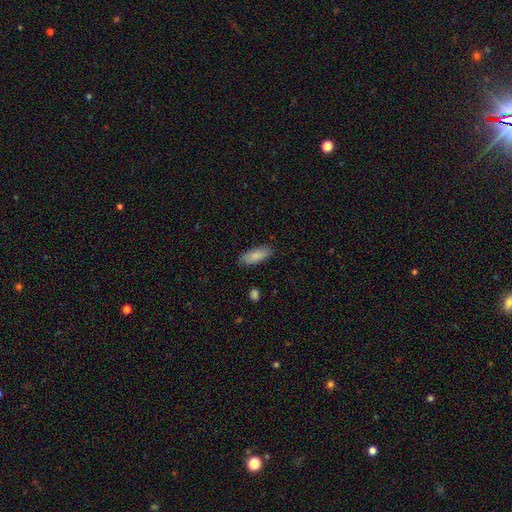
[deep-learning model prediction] Q: Smooth or featured?
A: smooth (84%); runner-up: featured or disk (10%)
Q: How rounded?
A: in between (70%); runner-up: cigar-shaped (28%)
Q: Merging?
A: none (85%); runner-up: minor disturbance (12%)